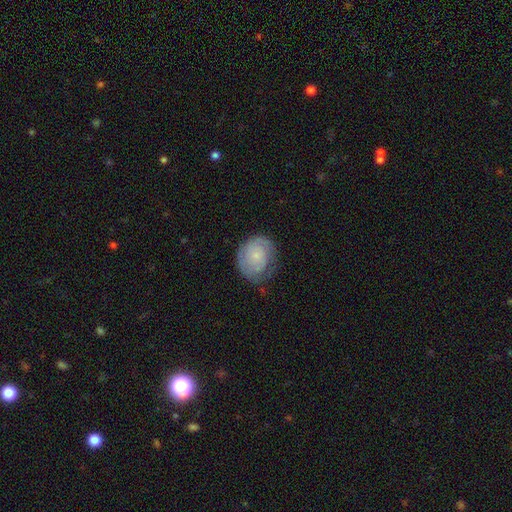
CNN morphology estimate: smooth_or_featured: featured or disk (p=0.56) [alt: smooth p=0.37]
disk_edge_on: no (p=0.98) [alt: yes p=0.02]
bar: no (p=0.81) [alt: weak p=0.17]
has_spiral_arms: yes (p=0.84) [alt: no p=0.16]
bulge_size: small (p=0.74) [alt: moderate p=0.16]
merging: none (p=0.61) [alt: minor disturbance p=0.26]